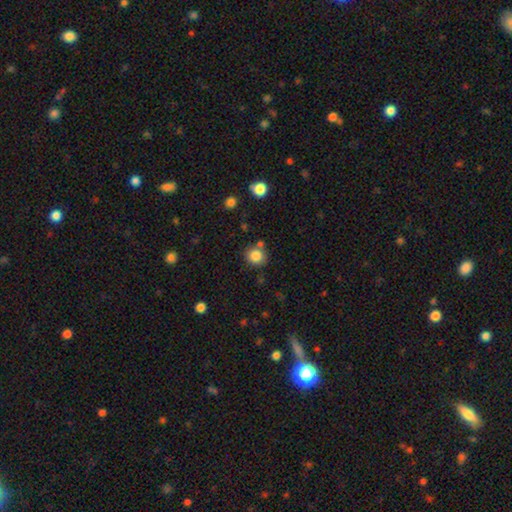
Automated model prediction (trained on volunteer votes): Morphology: type=smooth (84%); roundness=round (82%); merging=none (78%).